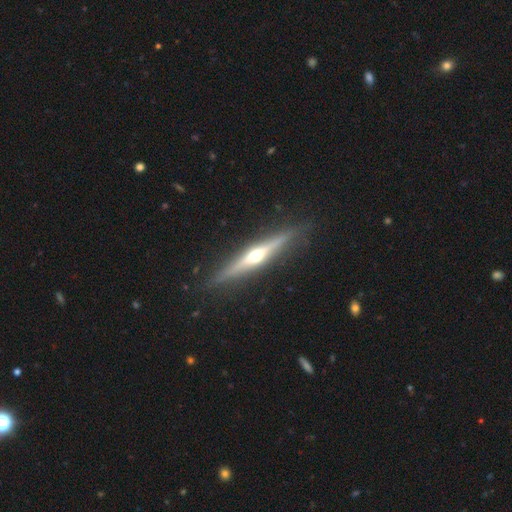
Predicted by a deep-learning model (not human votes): This is likely a featured or disk galaxy (74%). It is clearly viewed edge-on (97%). Edge-on bulge: clearly rounded (93%). Merging: clearly none (88%).